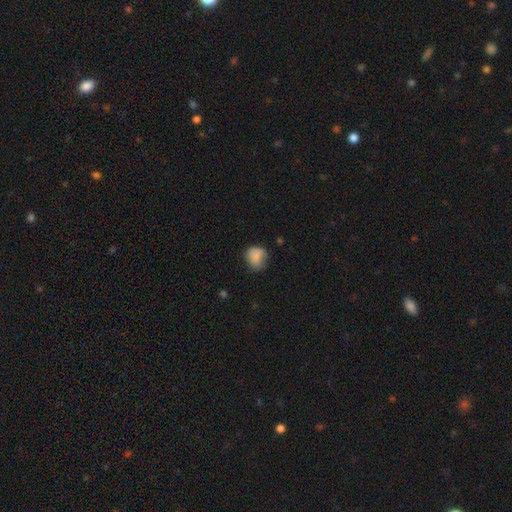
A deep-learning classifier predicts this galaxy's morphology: This appears to be a smooth galaxy with no disk features (79%) that is round (64%). Merging: none (52%).